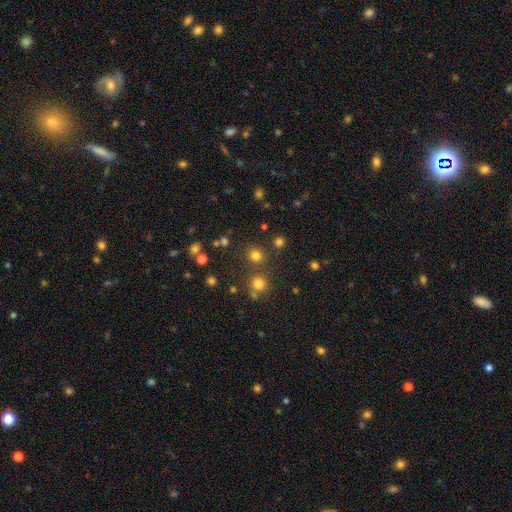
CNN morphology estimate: A smooth galaxy with no disk features (75%) that is round (87%).

Vote fractions:
- Smooth or featured? smooth: 75% / star or artifact: 19% / featured or disk: 5%
- How rounded? round: 87% / in between: 12% / cigar-shaped: 1%
- Merging? none: 81% / merger: 8% / minor disturbance: 7% / major disturbance: 3%